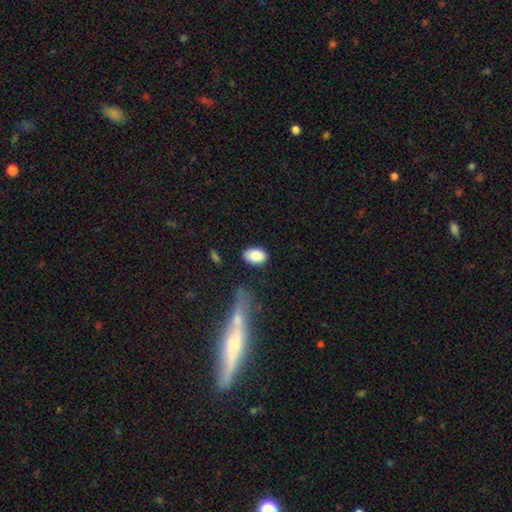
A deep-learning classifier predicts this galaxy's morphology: smooth-or-featured: smooth: 88% | star or artifact: 7% | featured or disk: 5%
  how-rounded: in between: 89% | round: 9% | cigar-shaped: 1%
  merging: none: 79% | minor disturbance: 14% | major disturbance: 4% | merger: 3%